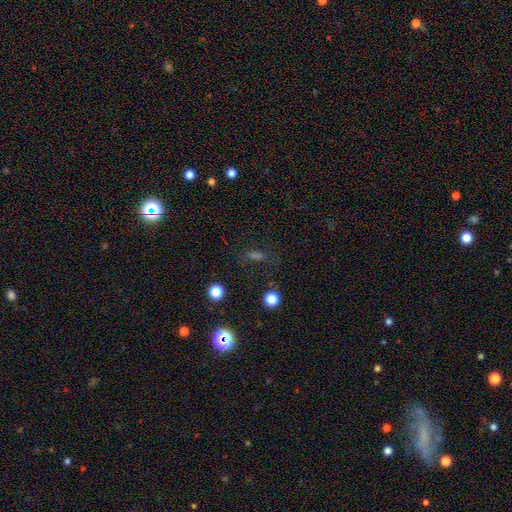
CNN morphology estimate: Smooth or featured? smooth (47%)
Merging? none (67%)